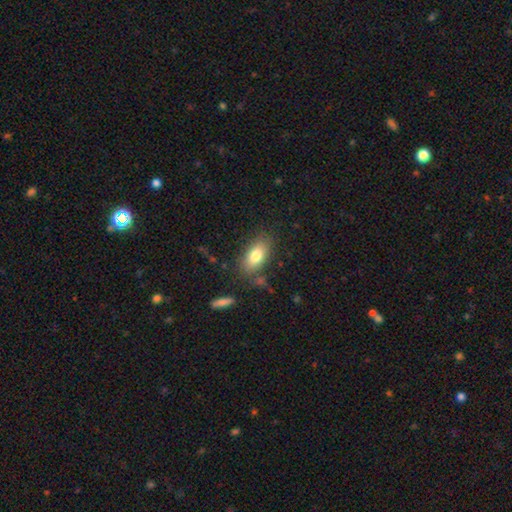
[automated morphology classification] smooth 79%, featured or disk 14%, star or artifact 7%. Down the decision tree: how rounded — in between (88%); merging — none (78%).